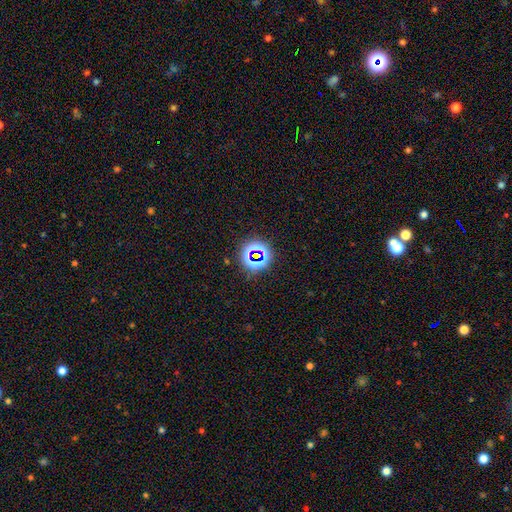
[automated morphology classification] The model was most divided on "smooth or featured": star or artifact: 69%, smooth: 22%, featured or disk: 10%.